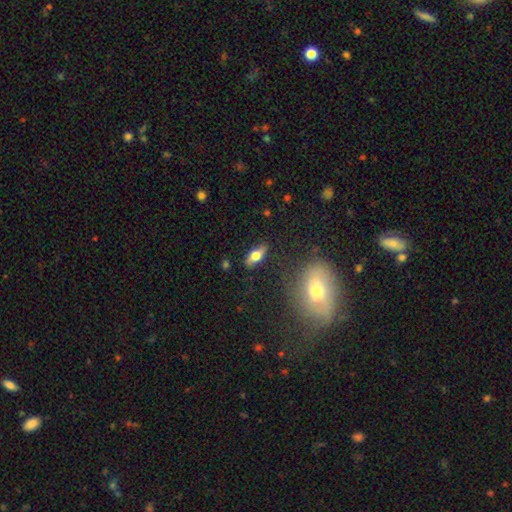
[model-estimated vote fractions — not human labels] Smooth or featured? Predicted: smooth (p=0.61). How rounded? Predicted: in between (p=0.77). Merging? Predicted: none (p=0.84).